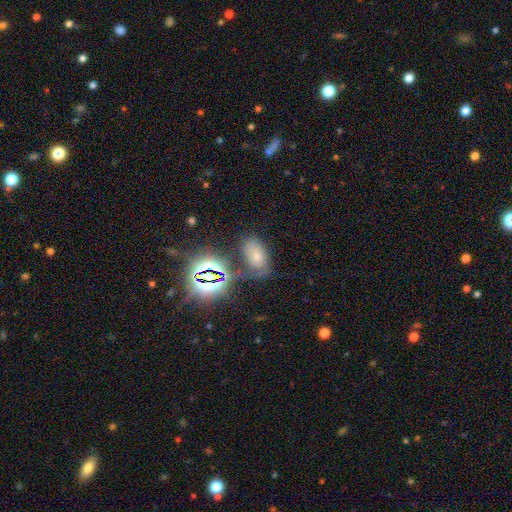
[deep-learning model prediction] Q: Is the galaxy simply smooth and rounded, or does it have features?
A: smooth — 56%.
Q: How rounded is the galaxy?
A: in between — 92%.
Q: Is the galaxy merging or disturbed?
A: none — 61%.